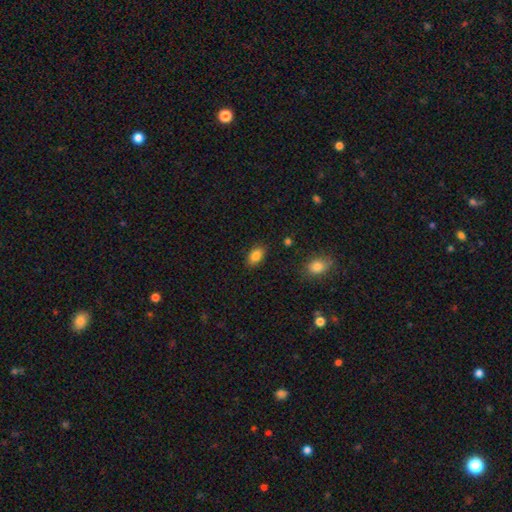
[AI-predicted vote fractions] Smooth or featured: smooth — 85% (star or artifact — 9%)
How rounded: in between — 86% (round — 12%)
Merging: none — 86% (minor disturbance — 10%)